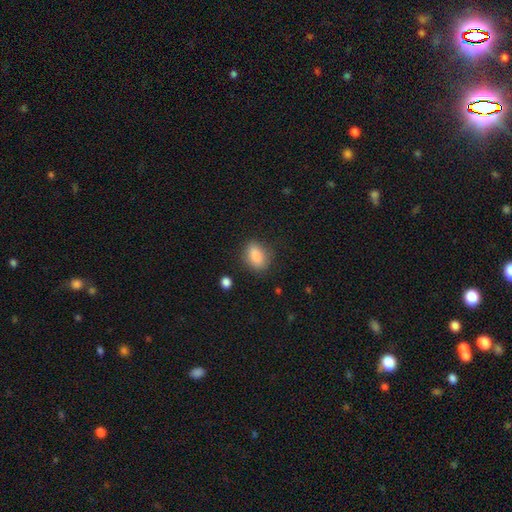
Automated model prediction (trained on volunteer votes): Smooth or featured: smooth — 87% (star or artifact — 8%)
How rounded: in between — 81% (round — 15%)
Merging: none — 80% (minor disturbance — 14%)